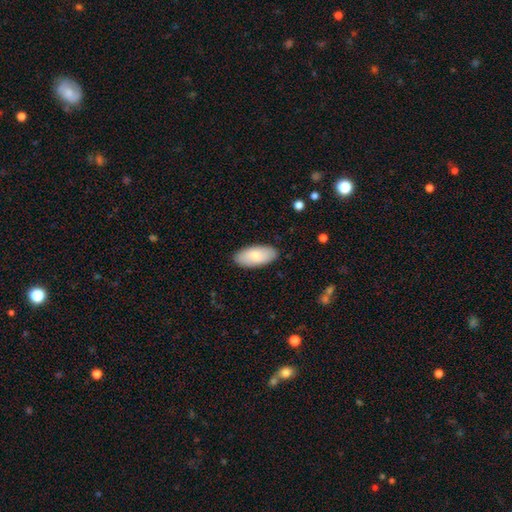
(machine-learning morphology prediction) Smooth or featured? smooth (81%)
How rounded? in between (92%)
Merging? none (88%)